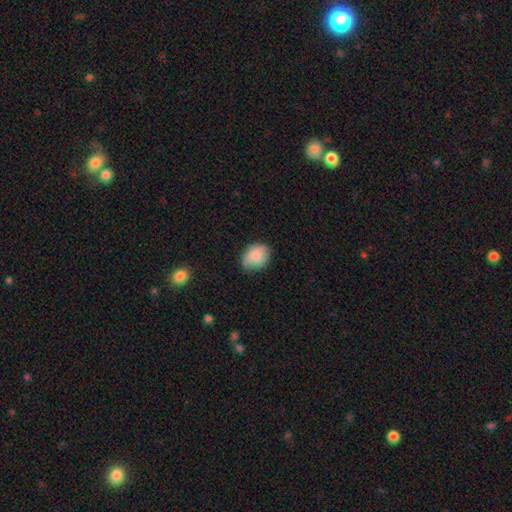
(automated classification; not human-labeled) This appears to be a smooth galaxy with no disk features (80%) that is in between round and cigar-shaped (51%). Merging: none (61%).